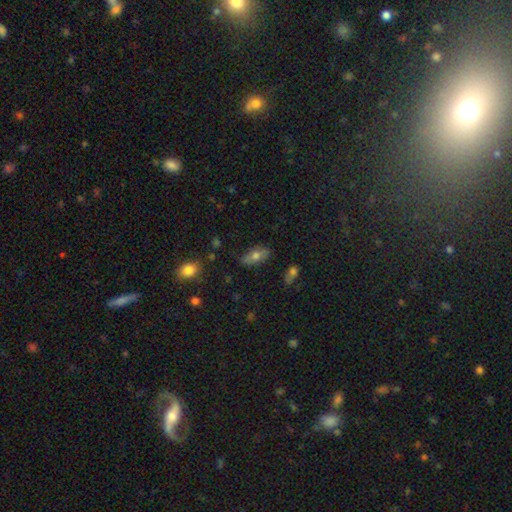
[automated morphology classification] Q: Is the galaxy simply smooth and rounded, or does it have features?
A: smooth — 65%.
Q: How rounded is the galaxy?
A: in between — 81%.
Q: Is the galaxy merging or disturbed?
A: none — 78%.